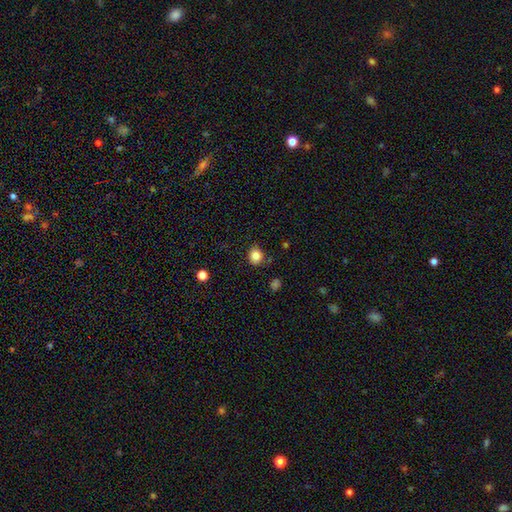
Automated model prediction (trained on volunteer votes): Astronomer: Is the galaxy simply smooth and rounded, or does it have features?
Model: smooth — 84%.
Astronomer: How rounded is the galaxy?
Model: round — 74%.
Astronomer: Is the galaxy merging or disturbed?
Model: none — 83%.